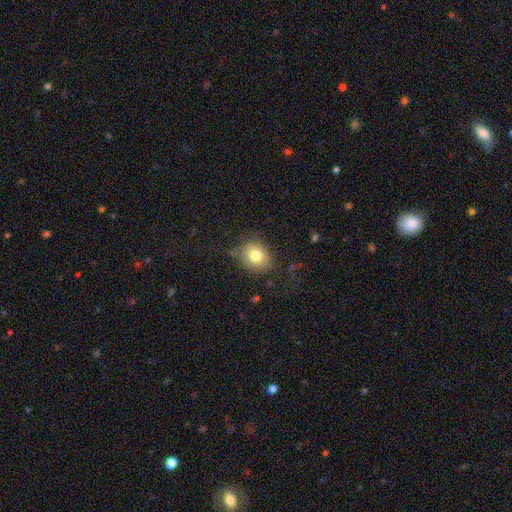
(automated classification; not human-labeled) Q: Smooth or featured?
A: smooth (77%); runner-up: featured or disk (12%)
Q: How rounded?
A: round (70%); runner-up: in between (29%)
Q: Merging?
A: none (72%); runner-up: minor disturbance (19%)